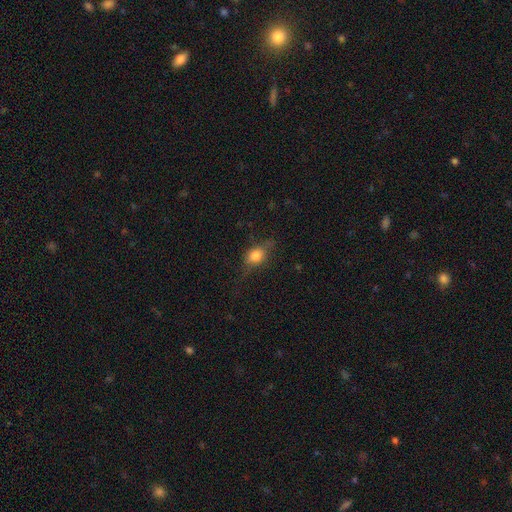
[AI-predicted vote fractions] This is likely a smooth galaxy (72%). How rounded: possibly in between (56%). Merging: likely none (61%).